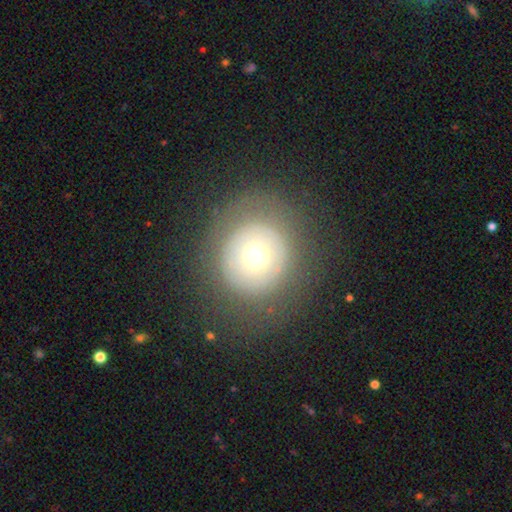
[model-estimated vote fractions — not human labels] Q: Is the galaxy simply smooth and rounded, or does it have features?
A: smooth — 58%.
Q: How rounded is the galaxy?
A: round — 89%.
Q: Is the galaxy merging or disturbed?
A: none — 81%.